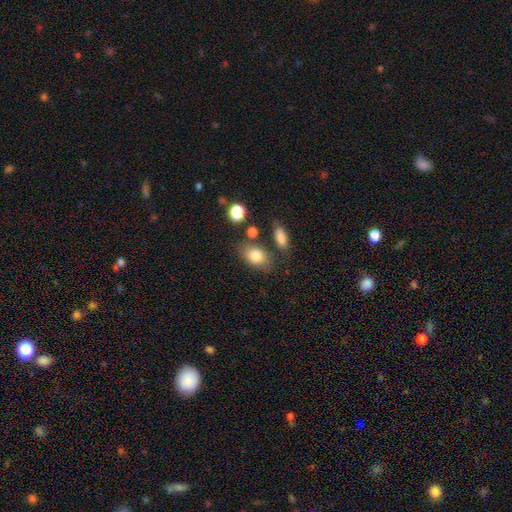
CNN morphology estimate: This is clearly a smooth galaxy (80%). How rounded: clearly in between (81%). Merging: likely none (70%).